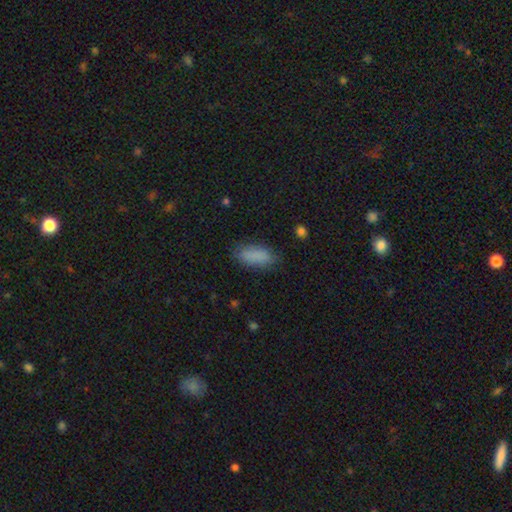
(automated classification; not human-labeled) smooth_or_featured: smooth (p=0.86) [alt: star or artifact p=0.08]
how_rounded: in between (p=0.81) [alt: cigar-shaped p=0.16]
merging: none (p=0.79) [alt: minor disturbance p=0.16]